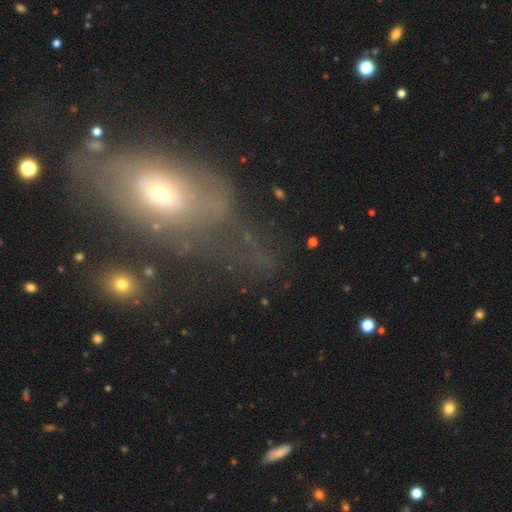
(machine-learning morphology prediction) featured or disk 39%, smooth 37%, star or artifact 24%. Down the decision tree: merging — none (42%).